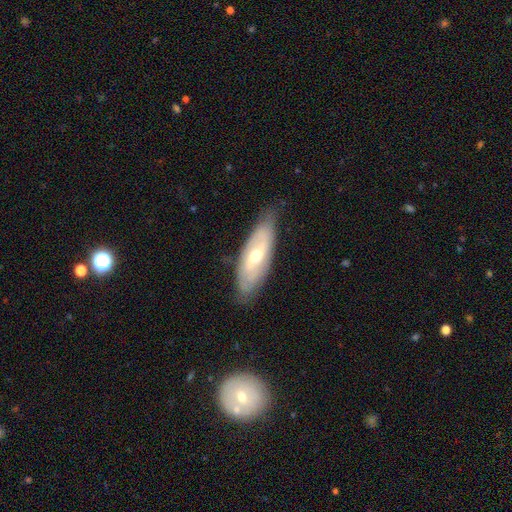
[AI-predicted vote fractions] smooth-or-featured: featured or disk: 61% | smooth: 33% | star or artifact: 6%
  disk-edge-on: no: 79% | yes: 21%
  merging: none: 76% | minor disturbance: 18% | major disturbance: 4% | merger: 1%